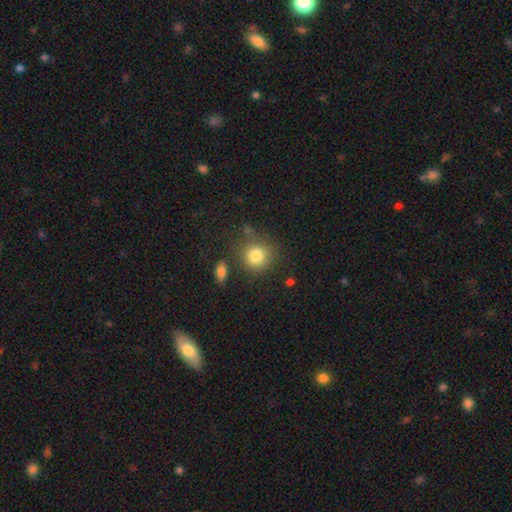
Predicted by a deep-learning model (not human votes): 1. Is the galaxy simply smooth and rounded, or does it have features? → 82% smooth, 10% star or artifact, 8% featured or disk.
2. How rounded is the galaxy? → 87% round, 12% in between, 1% cigar-shaped.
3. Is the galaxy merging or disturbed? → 72% none, 15% minor disturbance, 8% merger, 6% major disturbance.